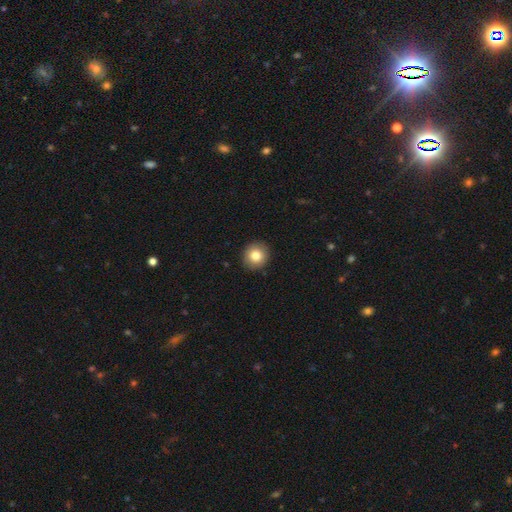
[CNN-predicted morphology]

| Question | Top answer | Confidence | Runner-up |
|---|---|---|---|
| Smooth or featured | smooth | 82% | star or artifact (9%) |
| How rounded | round | 90% | in between (9%) |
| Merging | none | 92% | minor disturbance (6%) |